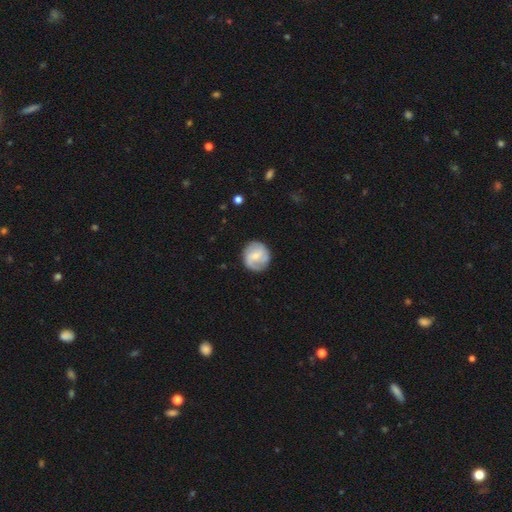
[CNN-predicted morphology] type=featured or disk (54%); edge-on=no (98%); bar=weak (47%); spiral arms=yes (87%); bulge=small (56%); merging=none (81%).